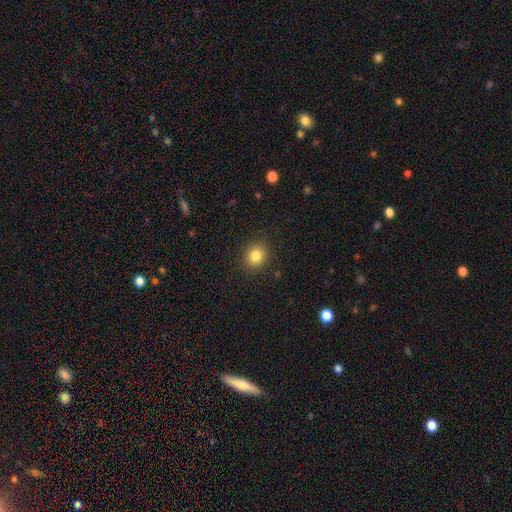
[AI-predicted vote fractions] Smooth or featured: smooth — 83% (star or artifact — 11%)
How rounded: round — 71% (in between — 28%)
Merging: none — 89% (minor disturbance — 8%)